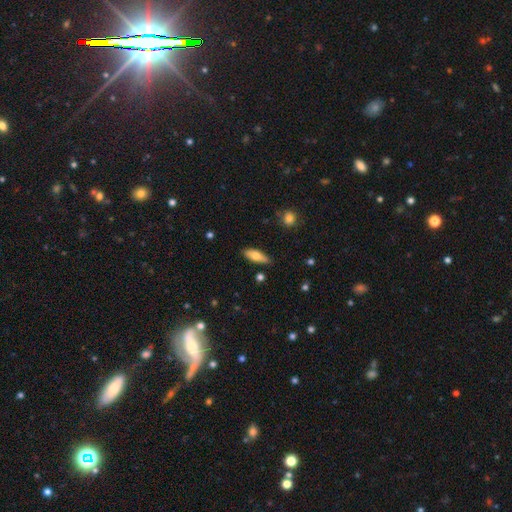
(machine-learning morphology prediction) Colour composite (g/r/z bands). It shows a smooth galaxy with no disk features (70%) that is in between round and cigar-shaped (64%). Merging: none (83%).